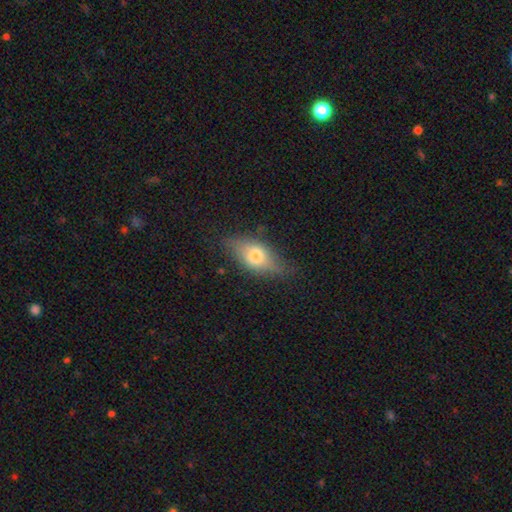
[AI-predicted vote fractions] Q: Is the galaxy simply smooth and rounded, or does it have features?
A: smooth — 60%.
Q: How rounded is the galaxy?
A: in between — 80%.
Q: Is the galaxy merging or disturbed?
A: none — 72%.